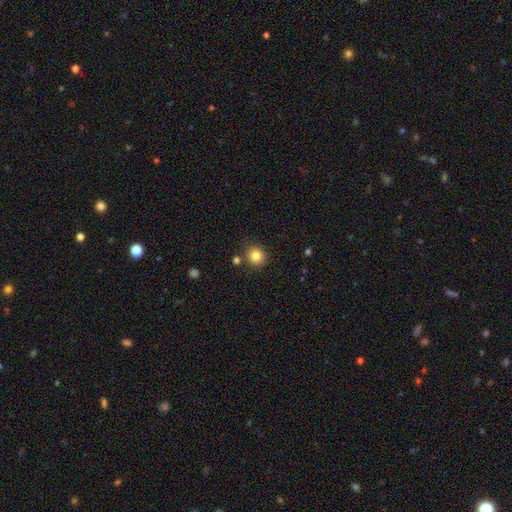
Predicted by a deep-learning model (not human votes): Smooth or featured? Predicted: smooth (p=0.83). How rounded? Predicted: round (p=0.91). Merging? Predicted: none (p=0.81).